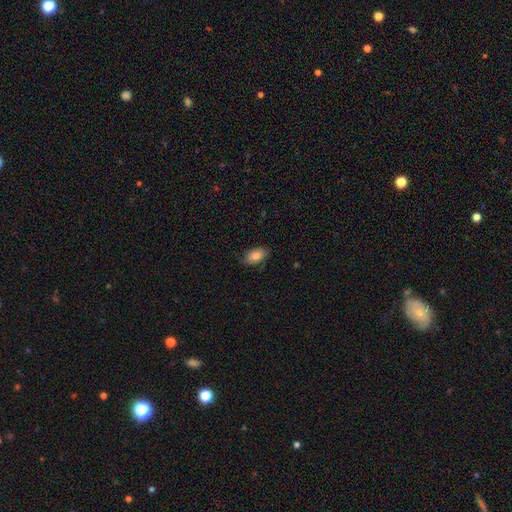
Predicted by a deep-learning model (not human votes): smooth-or-featured: smooth: 83% | featured or disk: 10% | star or artifact: 7%
  how-rounded: in between: 91% | round: 7% | cigar-shaped: 2%
  merging: none: 82% | minor disturbance: 14% | major disturbance: 3% | merger: 1%